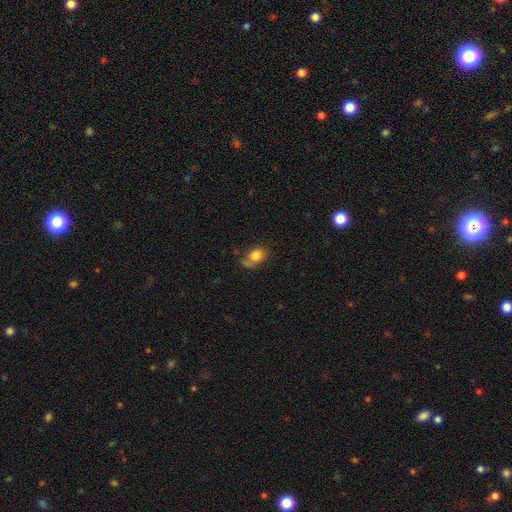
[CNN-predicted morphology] Q: Smooth or featured?
A: smooth (80%); runner-up: featured or disk (11%)
Q: How rounded?
A: in between (60%); runner-up: round (39%)
Q: Merging?
A: none (52%); runner-up: minor disturbance (26%)